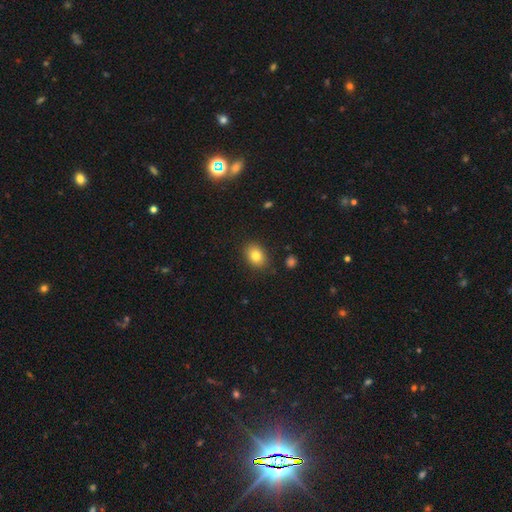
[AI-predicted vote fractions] The model was most divided on "how rounded": in between: 69%, round: 30%, cigar-shaped: 1%. More confident: merging — none (84%); smooth or featured — smooth (82%).